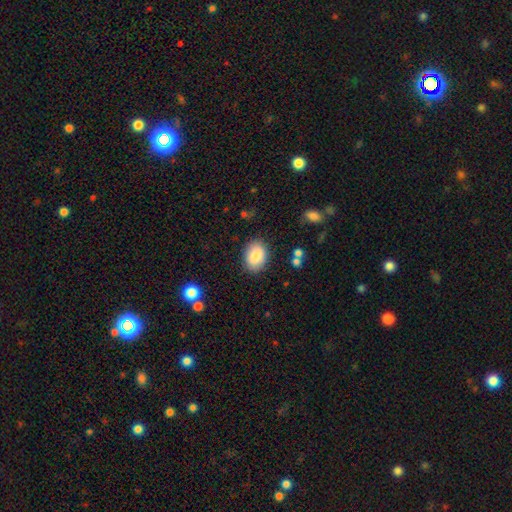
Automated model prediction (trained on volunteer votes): Smooth or featured? smooth (84%)
How rounded? in between (80%)
Merging? none (85%)